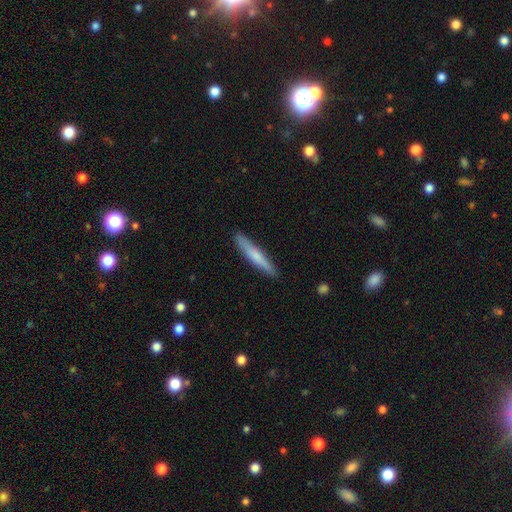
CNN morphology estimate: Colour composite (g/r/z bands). It shows a smooth galaxy with no disk features (62%) that is cigar-shaped (94%). Merging: none (89%).